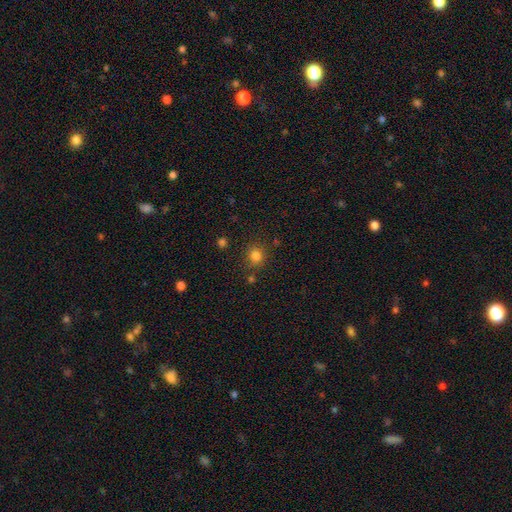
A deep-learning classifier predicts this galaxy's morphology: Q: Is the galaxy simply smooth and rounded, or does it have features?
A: smooth — 82%.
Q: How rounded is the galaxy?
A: round — 83%.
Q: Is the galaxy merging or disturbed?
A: none — 81%.